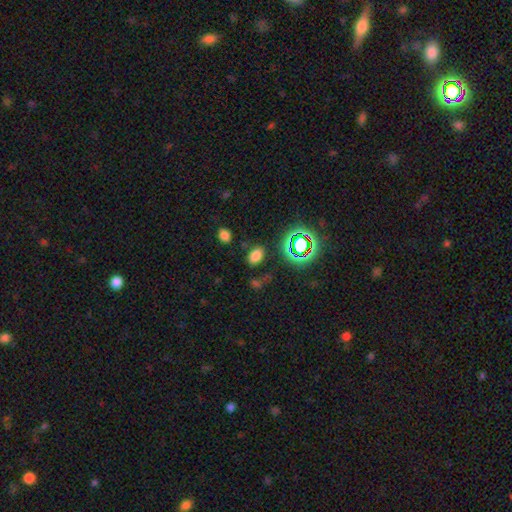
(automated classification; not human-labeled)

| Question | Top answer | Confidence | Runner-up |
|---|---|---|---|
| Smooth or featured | smooth | 72% | star or artifact (22%) |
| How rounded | in between | 84% | round (14%) |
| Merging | none | 81% | minor disturbance (11%) |